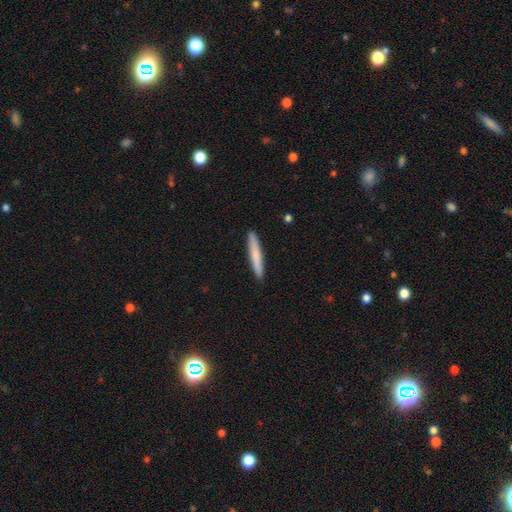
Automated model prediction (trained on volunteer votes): Q: Smooth or featured?
A: smooth (77%); runner-up: featured or disk (18%)
Q: How rounded?
A: cigar-shaped (96%); runner-up: in between (3%)
Q: Merging?
A: none (92%); runner-up: minor disturbance (5%)